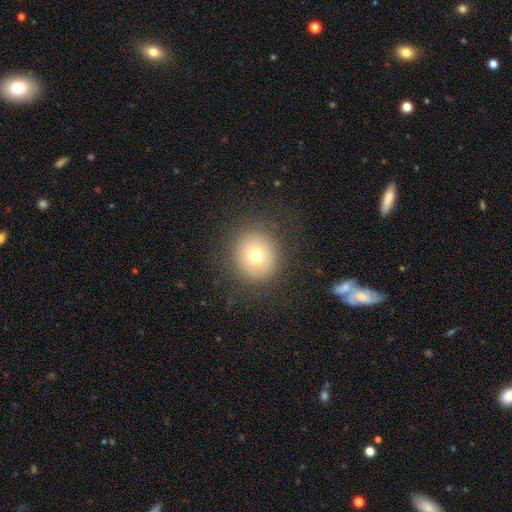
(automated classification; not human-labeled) A smooth galaxy with no disk features (69%) that is round (89%). Merging: none (85%).